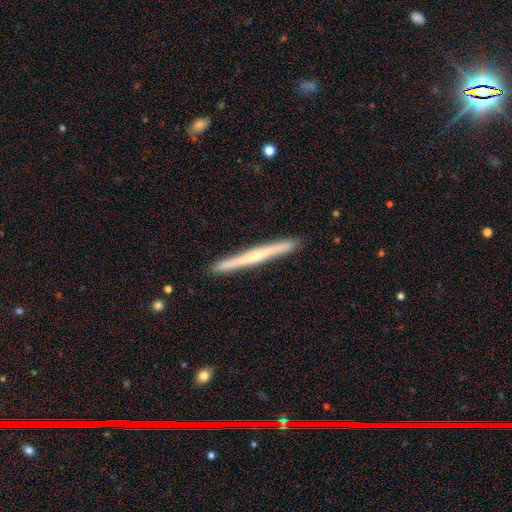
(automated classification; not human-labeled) Morphology: type=featured or disk (58%); edge-on=yes (97%); edge-on bulge=none (56%); merging=none (91%).